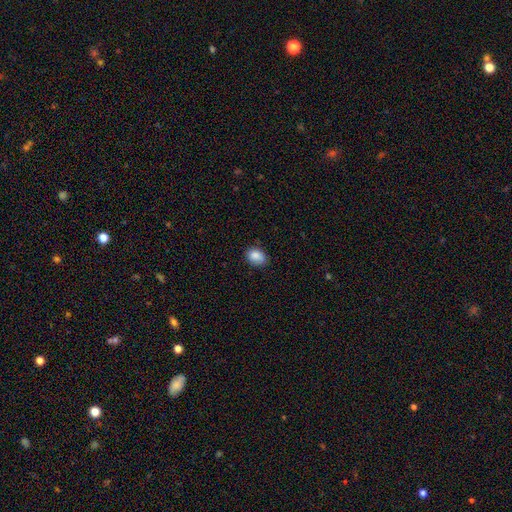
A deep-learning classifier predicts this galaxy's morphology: Smooth or featured?
  - smooth: 87% *
  - star or artifact: 8%
  - featured or disk: 5%
How rounded?
  - in between: 69% *
  - round: 30%
  - cigar-shaped: 1%
Merging?
  - none: 79% *
  - minor disturbance: 17%
  - major disturbance: 3%
  - merger: 1%